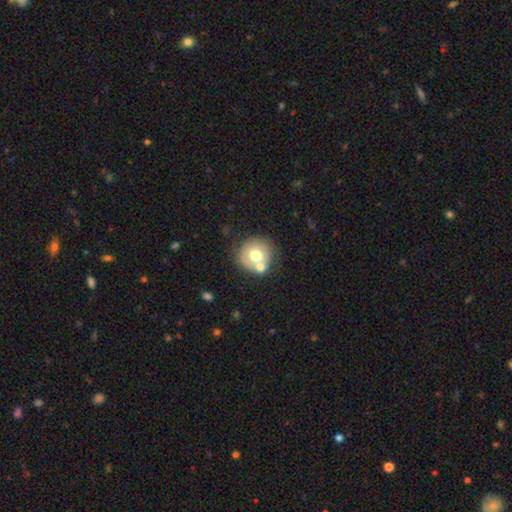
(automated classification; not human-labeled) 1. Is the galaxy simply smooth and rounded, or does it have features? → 65% smooth, 25% featured or disk, 9% star or artifact.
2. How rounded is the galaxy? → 90% round, 9% in between, 1% cigar-shaped.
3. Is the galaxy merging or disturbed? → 55% none, 30% merger, 11% minor disturbance, 4% major disturbance.